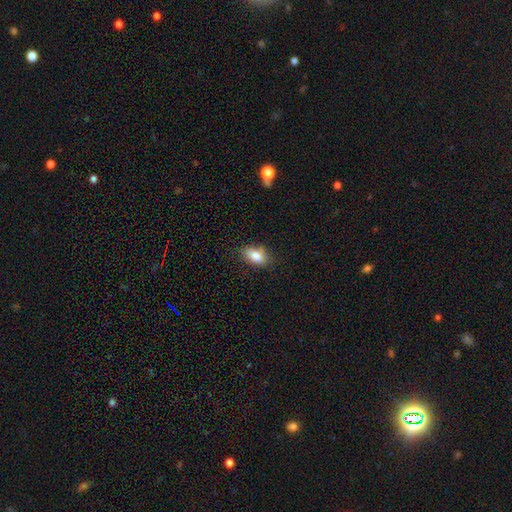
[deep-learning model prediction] Smooth or featured? smooth (84%)
How rounded? in between (89%)
Merging? none (73%)